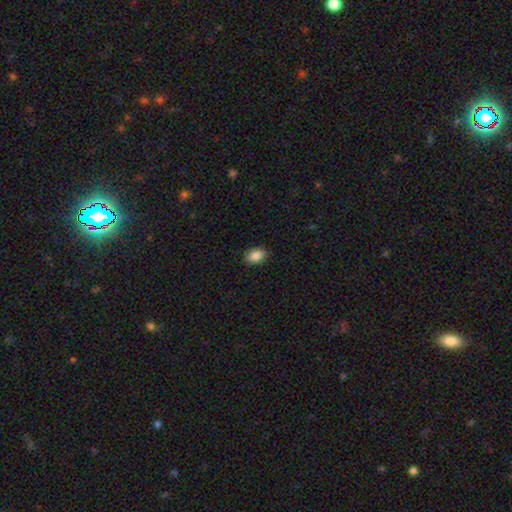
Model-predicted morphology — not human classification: smooth_or_featured: smooth (p=0.88) [alt: star or artifact p=0.08]
how_rounded: in between (p=0.86) [alt: round p=0.13]
merging: none (p=0.88) [alt: minor disturbance p=0.09]